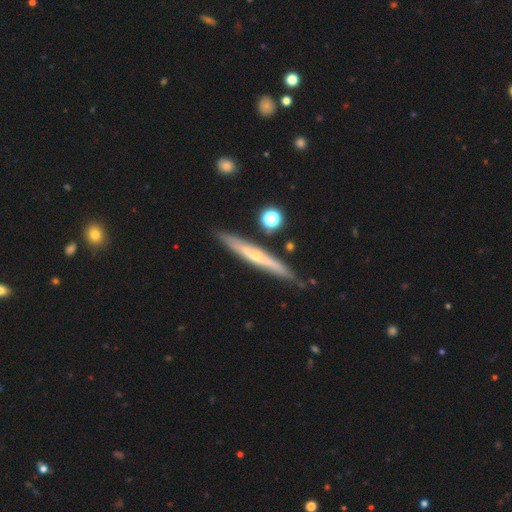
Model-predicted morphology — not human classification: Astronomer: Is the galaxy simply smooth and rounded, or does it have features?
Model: featured or disk — 70%.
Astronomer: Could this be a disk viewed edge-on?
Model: yes — 94%.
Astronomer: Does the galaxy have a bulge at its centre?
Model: rounded — 66%.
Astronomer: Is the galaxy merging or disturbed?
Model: none — 83%.